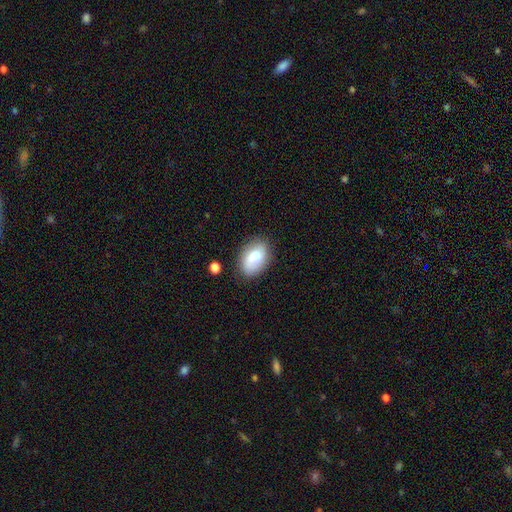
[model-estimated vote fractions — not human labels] Smooth or featured? smooth (73%)
How rounded? in between (85%)
Merging? none (78%)